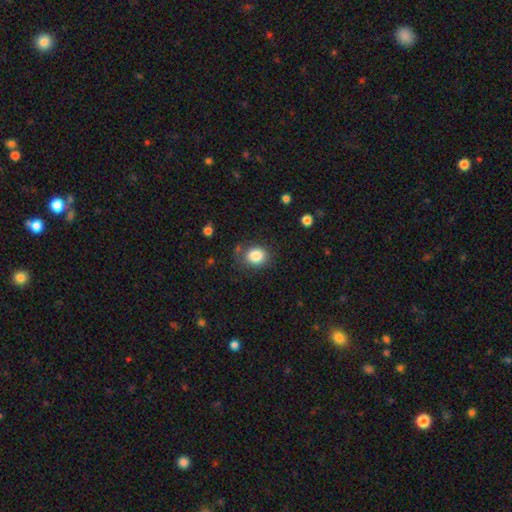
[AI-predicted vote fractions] smooth-or-featured: smooth: 85% | star or artifact: 10% | featured or disk: 6%
  how-rounded: round: 69% | in between: 30% | cigar-shaped: 1%
  merging: none: 75% | minor disturbance: 15% | major disturbance: 5% | merger: 4%